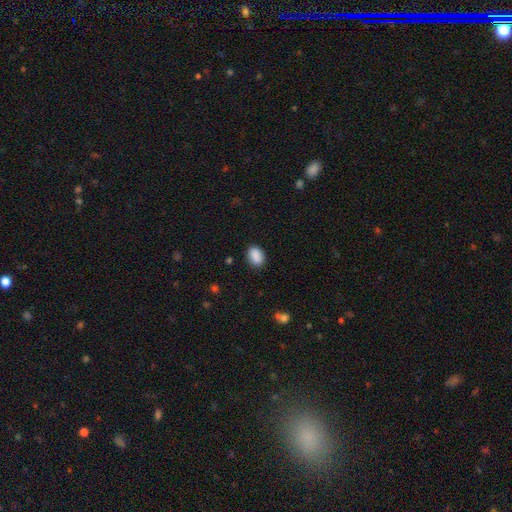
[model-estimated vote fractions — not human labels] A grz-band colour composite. It shows a smooth galaxy with no disk features (89%) that is in between round and cigar-shaped (79%). Merging: none (86%).